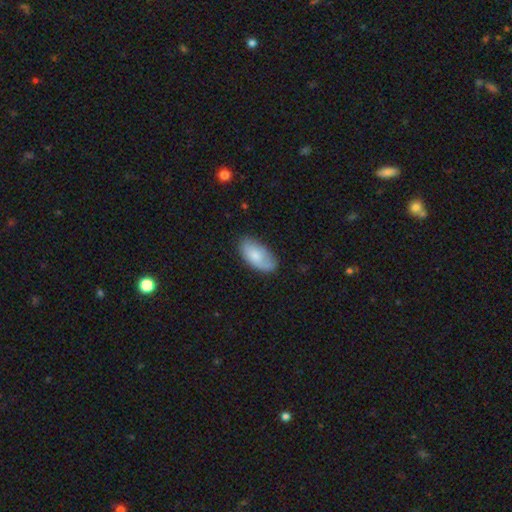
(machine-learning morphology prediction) Smooth or featured? smooth (74%)
How rounded? in between (95%)
Merging? none (72%)